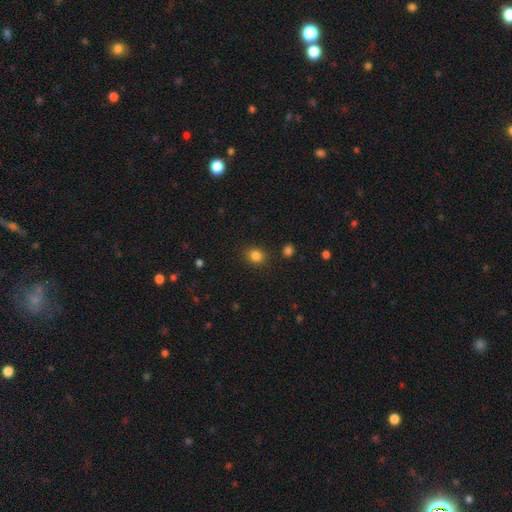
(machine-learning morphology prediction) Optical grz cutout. It shows a smooth galaxy with no disk features (84%) that is round (67%). Merging: none (85%).